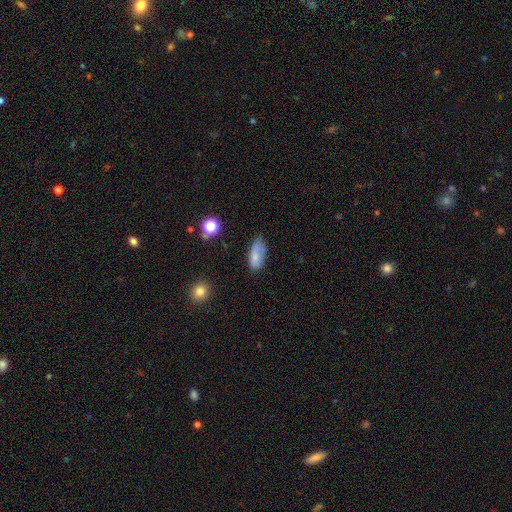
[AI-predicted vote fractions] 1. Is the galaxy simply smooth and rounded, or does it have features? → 73% smooth, 18% featured or disk, 9% star or artifact.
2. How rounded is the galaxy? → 87% in between, 9% cigar-shaped, 4% round.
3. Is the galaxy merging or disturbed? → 53% none, 31% minor disturbance, 12% major disturbance, 4% merger.